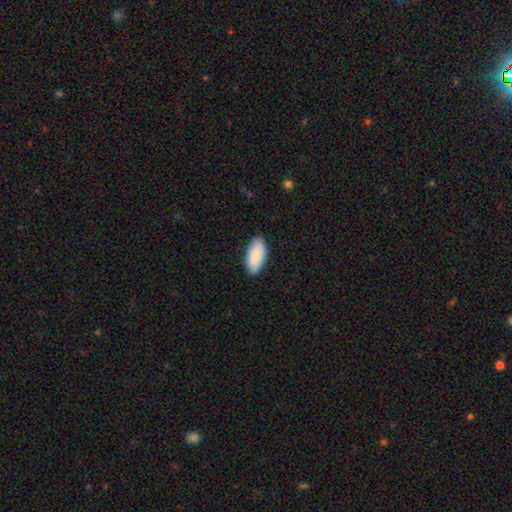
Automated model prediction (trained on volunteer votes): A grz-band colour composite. It shows a smooth galaxy with no disk features (88%) that is in between round and cigar-shaped (93%). Merging: none (86%).